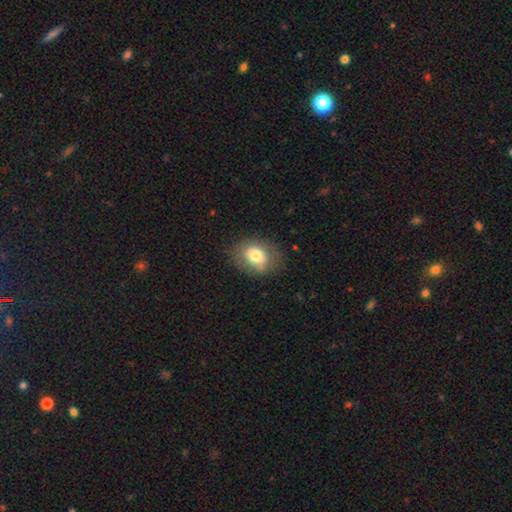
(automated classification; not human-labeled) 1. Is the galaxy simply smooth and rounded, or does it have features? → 76% smooth, 15% featured or disk, 9% star or artifact.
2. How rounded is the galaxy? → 66% in between, 33% round, 1% cigar-shaped.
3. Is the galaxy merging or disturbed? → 75% none, 18% minor disturbance, 6% major disturbance, 1% merger.